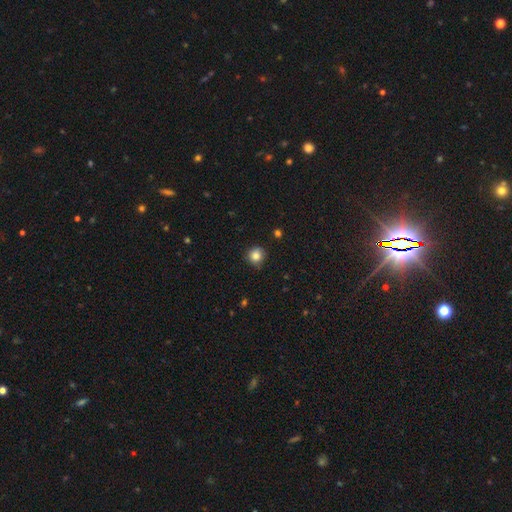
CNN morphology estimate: A smooth galaxy with no disk features (83%) that is round (89%). Merging: none (82%).